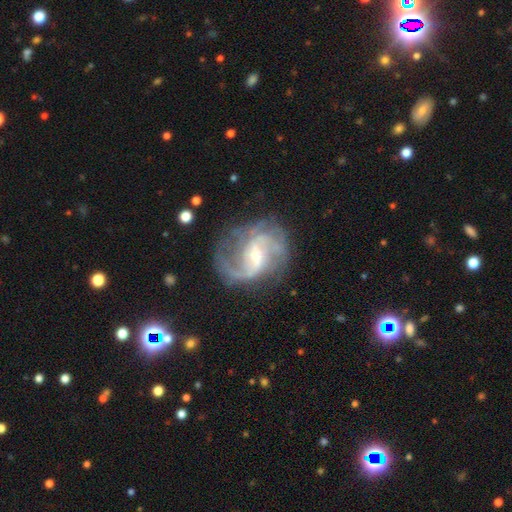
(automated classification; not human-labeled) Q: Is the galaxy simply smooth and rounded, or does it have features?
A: featured or disk — 88%.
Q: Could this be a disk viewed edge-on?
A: no — 98%.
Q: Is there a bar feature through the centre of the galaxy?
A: weak — 51%.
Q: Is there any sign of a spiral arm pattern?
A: yes — 96%.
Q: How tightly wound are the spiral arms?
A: medium — 47%.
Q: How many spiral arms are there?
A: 2 — 55%.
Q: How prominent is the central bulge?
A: small — 64%.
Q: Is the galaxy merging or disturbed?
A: none — 65%.